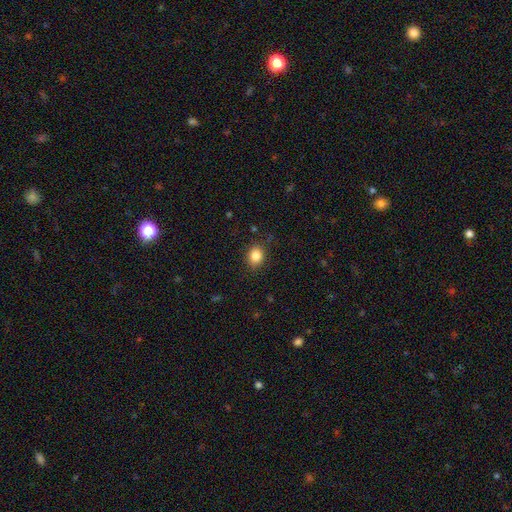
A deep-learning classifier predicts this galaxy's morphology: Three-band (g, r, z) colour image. It shows a smooth galaxy with no disk features (85%) that is round (59%). Merging: none (86%).